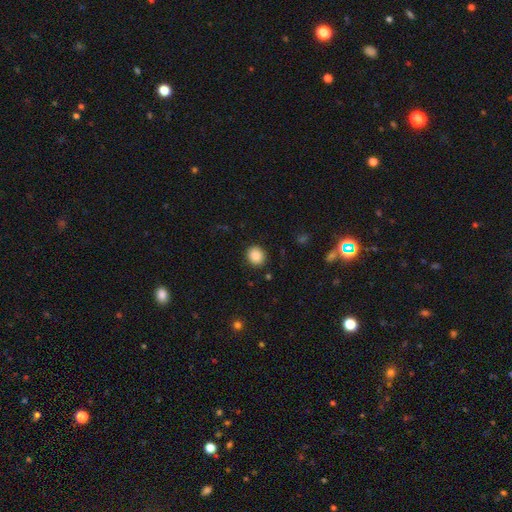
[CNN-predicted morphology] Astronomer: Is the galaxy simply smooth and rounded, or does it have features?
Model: smooth — 88%.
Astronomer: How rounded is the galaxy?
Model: round — 76%.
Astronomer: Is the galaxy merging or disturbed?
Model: none — 89%.